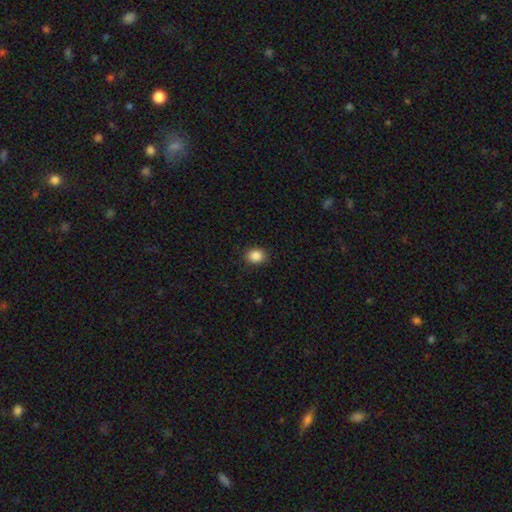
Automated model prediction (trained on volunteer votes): smooth_or_featured: smooth (p=0.88) [alt: star or artifact p=0.09]
how_rounded: round (p=0.53) [alt: in between p=0.46]
merging: none (p=0.87) [alt: minor disturbance p=0.09]